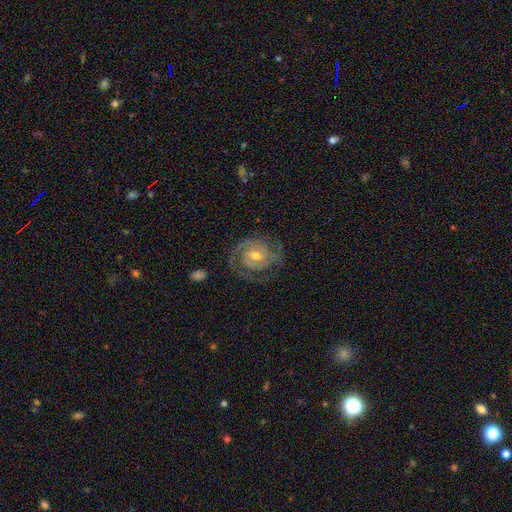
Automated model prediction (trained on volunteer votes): Morphology: type=featured or disk (87%); edge-on=no (98%); bar=weak (48%); spiral arms=yes (96%); winding=tight (61%); arm count=2 (60%); bulge=moderate (56%); merging=none (74%).